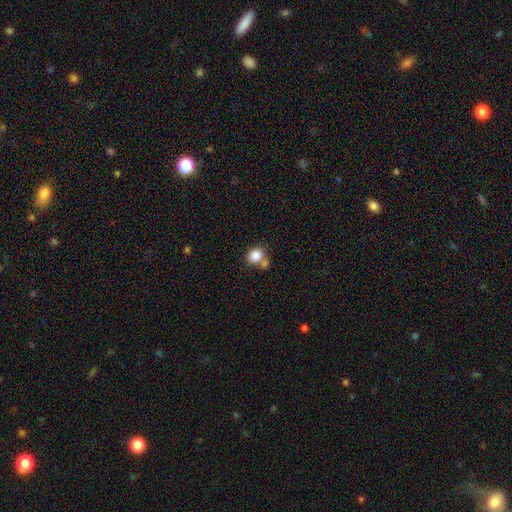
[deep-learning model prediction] Q: Smooth or featured?
A: smooth (84%); runner-up: star or artifact (9%)
Q: How rounded?
A: round (55%); runner-up: in between (44%)
Q: Merging?
A: none (51%); runner-up: merger (33%)